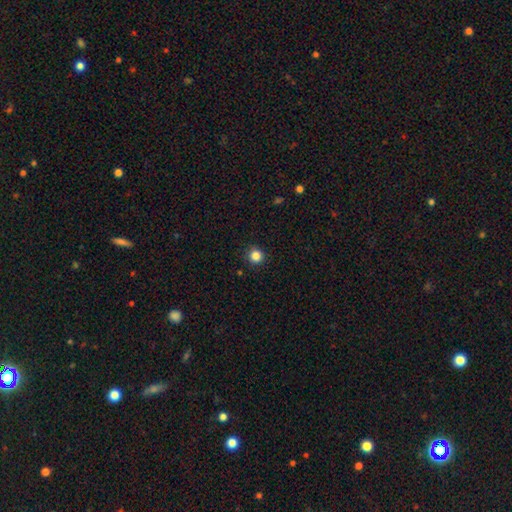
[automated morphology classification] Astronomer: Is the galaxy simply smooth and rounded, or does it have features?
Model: smooth — 84%.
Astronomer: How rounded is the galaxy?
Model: round — 94%.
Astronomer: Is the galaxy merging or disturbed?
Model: none — 91%.